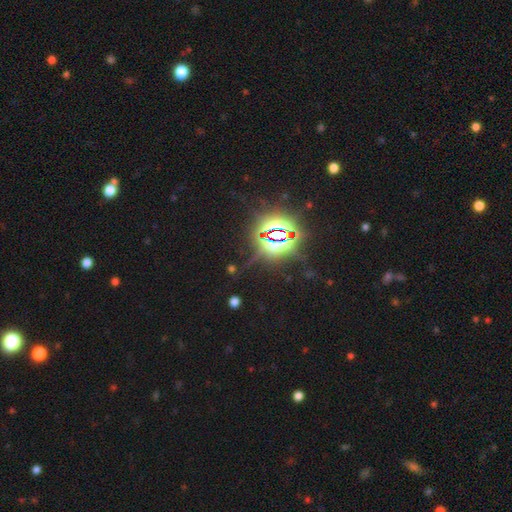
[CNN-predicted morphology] star or artifact 84%, smooth 9%, featured or disk 7%.